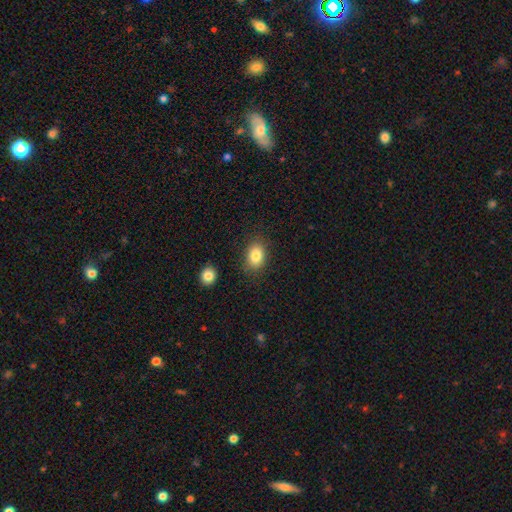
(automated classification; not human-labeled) This appears to be a smooth galaxy with no disk features (84%) that is in between round and cigar-shaped (78%). Merging: none (83%).